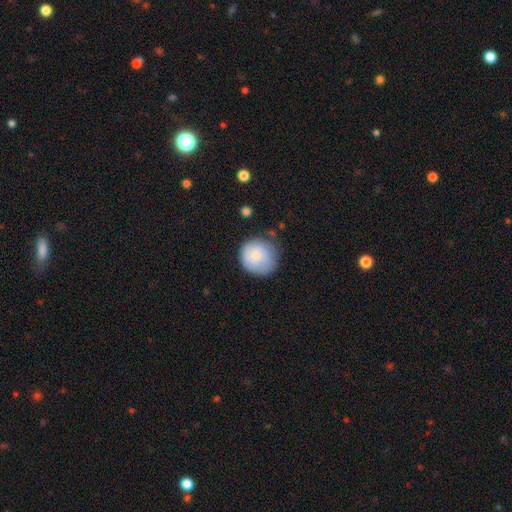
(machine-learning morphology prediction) The model was most divided on "merging": none: 69%, minor disturbance: 22%, major disturbance: 6%, merger: 2%. More confident: how rounded — round (91%); smooth or featured — smooth (76%).